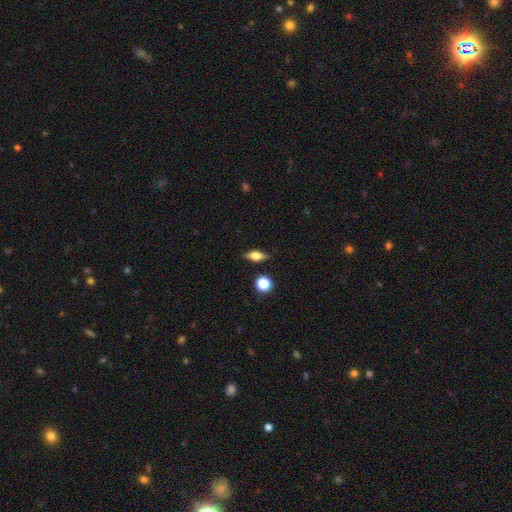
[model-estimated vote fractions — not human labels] The model was most divided on "smooth or featured": smooth: 56%, featured or disk: 35%, star or artifact: 10%. More confident: merging — none (84%); how rounded — in between (66%).